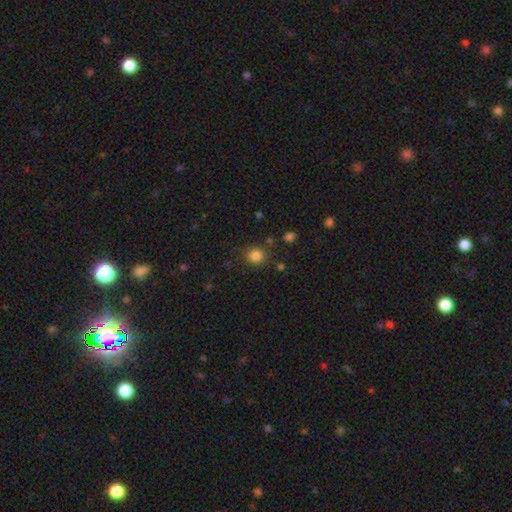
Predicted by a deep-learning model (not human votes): A smooth galaxy with no disk features (83%) that is round (86%).

Vote fractions:
- Smooth or featured? smooth: 83% / star or artifact: 12% / featured or disk: 5%
- How rounded? round: 86% / in between: 13% / cigar-shaped: 1%
- Merging? none: 83% / minor disturbance: 10% / merger: 4% / major disturbance: 4%